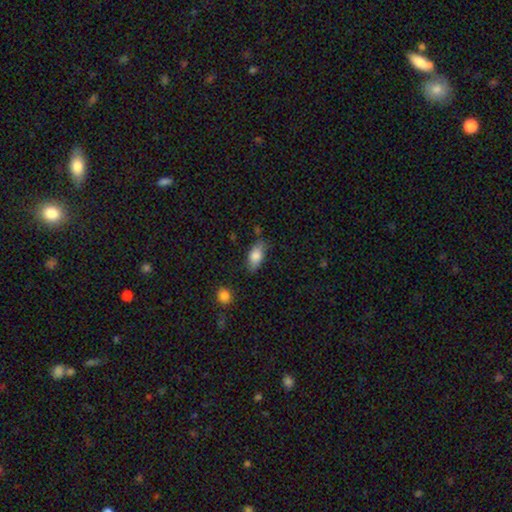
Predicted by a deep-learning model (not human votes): Q: Smooth or featured?
A: smooth (80%); runner-up: featured or disk (12%)
Q: How rounded?
A: in between (86%); runner-up: cigar-shaped (9%)
Q: Merging?
A: none (72%); runner-up: minor disturbance (20%)